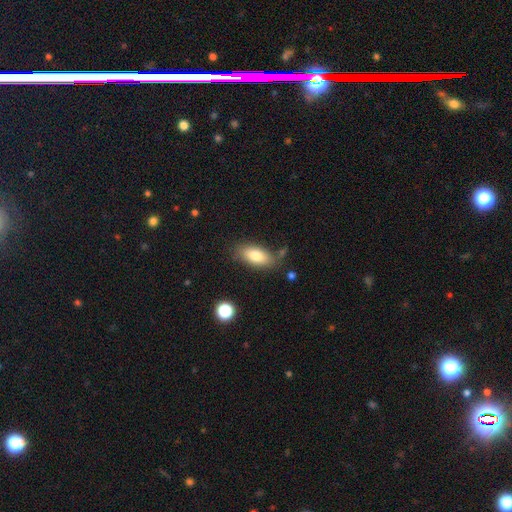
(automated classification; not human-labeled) smooth-or-featured: smooth: 78% | featured or disk: 14% | star or artifact: 8%
  how-rounded: in between: 88% | cigar-shaped: 8% | round: 4%
  merging: none: 71% | minor disturbance: 17% | merger: 6% | major disturbance: 6%